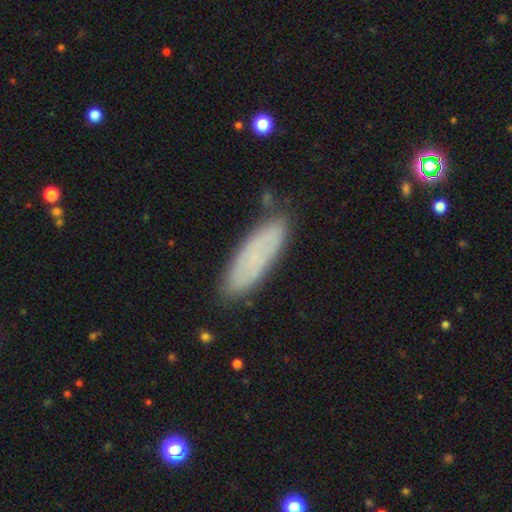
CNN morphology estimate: Overall: smooth (69%). How rounded: cigar-shaped (52%; in between 46%). Merging: none (79%).